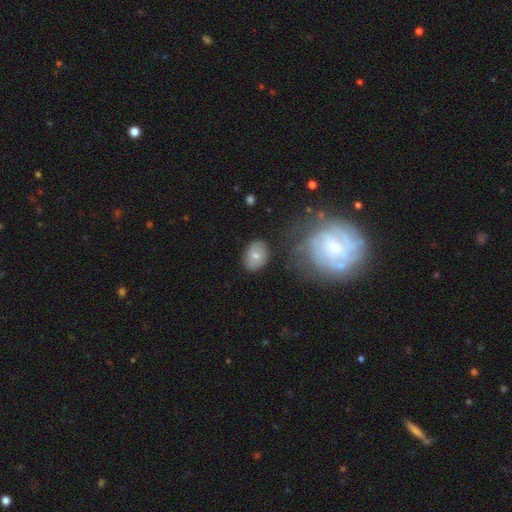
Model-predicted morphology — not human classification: smooth 69%, featured or disk 22%, star or artifact 8%. Down the decision tree: how rounded — in between (70%); merging — none (80%).